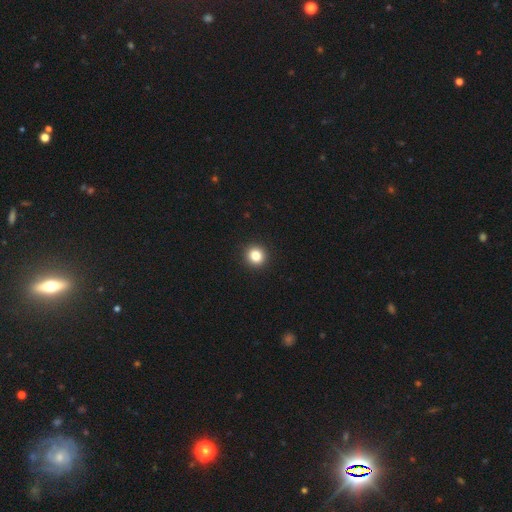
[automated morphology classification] This appears to be a smooth galaxy with no disk features (84%) that is round (93%). Merging: none (94%).